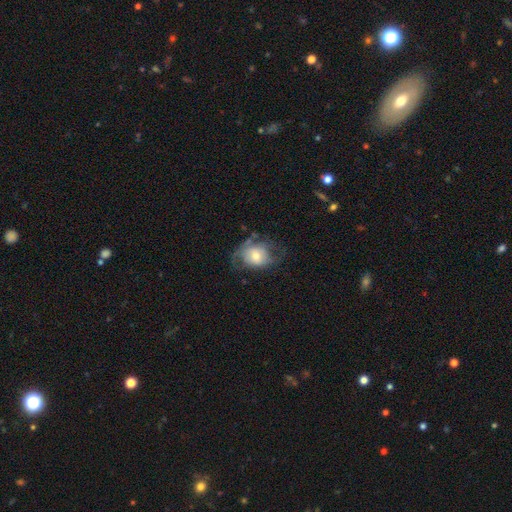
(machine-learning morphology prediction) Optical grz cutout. It shows a smooth galaxy with no disk features (51%) that is in between round and cigar-shaped (53%). Merging: none (39%).